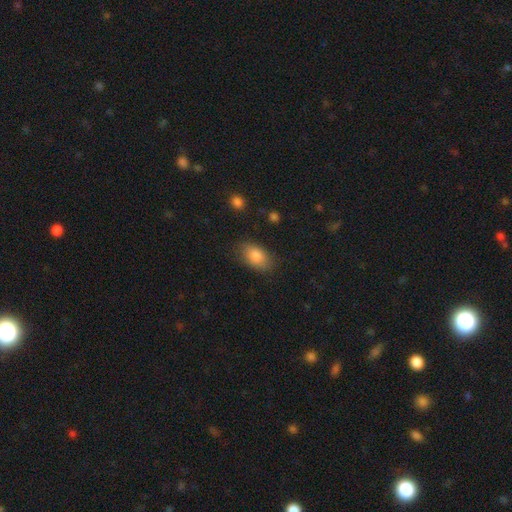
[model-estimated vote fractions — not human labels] This is clearly a smooth galaxy (85%). How rounded: clearly in between (91%). Merging: clearly none (81%).